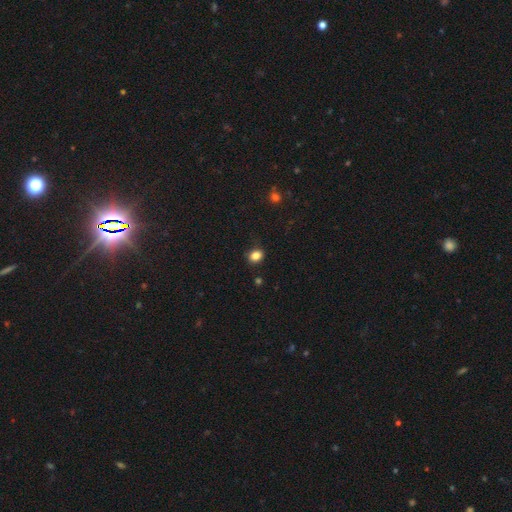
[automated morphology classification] smooth_or_featured: smooth (p=0.85) [alt: star or artifact p=0.11]
how_rounded: in between (p=0.51) [alt: round p=0.48]
merging: none (p=0.84) [alt: minor disturbance p=0.12]